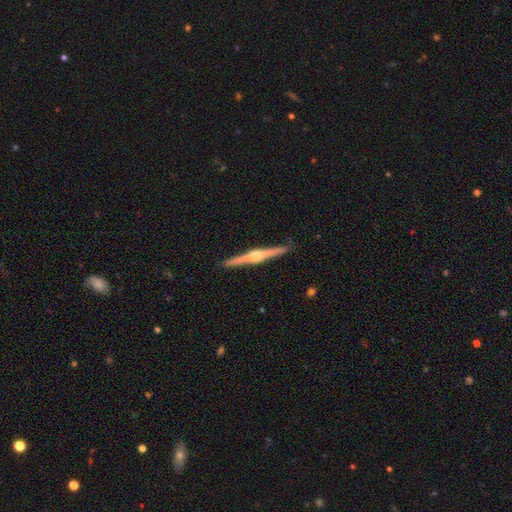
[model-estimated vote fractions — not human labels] Q: Smooth or featured?
A: featured or disk (83%); runner-up: smooth (12%)
Q: Edge-on disk?
A: yes (99%); runner-up: no (1%)
Q: Edge-on bulge?
A: rounded (91%); runner-up: boxy (5%)
Q: Merging?
A: none (92%); runner-up: minor disturbance (6%)